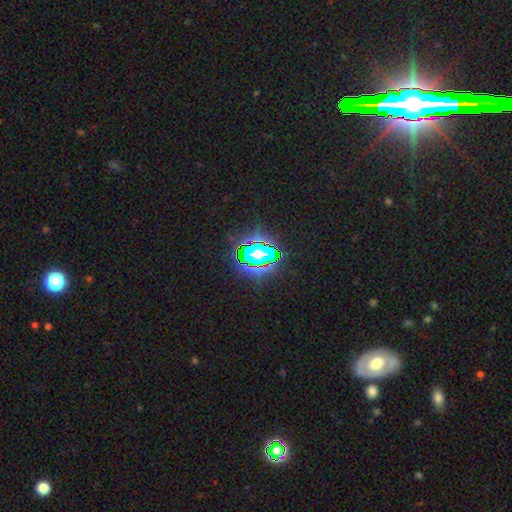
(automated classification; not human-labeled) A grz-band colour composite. It shows a star or artifact, not a galaxy (69%).